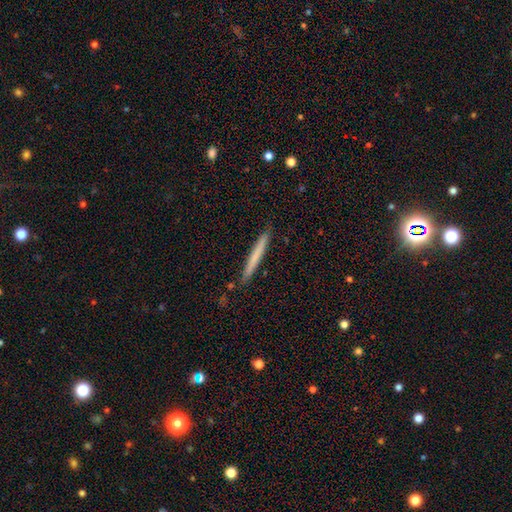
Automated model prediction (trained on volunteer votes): A smooth galaxy with no disk features (66%) that is cigar-shaped (97%).

Vote fractions:
- Smooth or featured? smooth: 66% / featured or disk: 29% / star or artifact: 6%
- How rounded? cigar-shaped: 97% / in between: 2% / round: 1%
- Merging? none: 90% / minor disturbance: 7% / merger: 1% / major disturbance: 1%